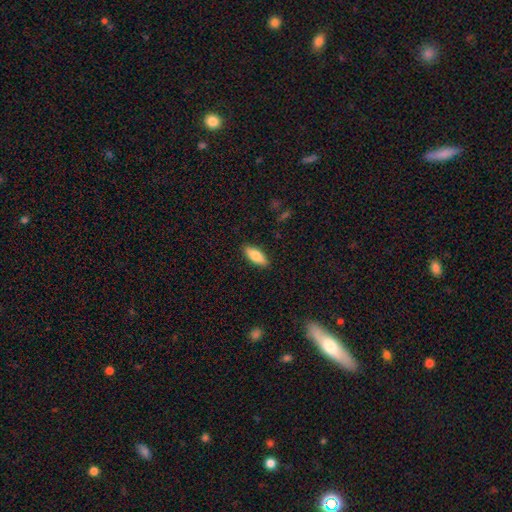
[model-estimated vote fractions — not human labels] Overall: smooth (79%). How rounded: in between (74%). Merging: none (88%).